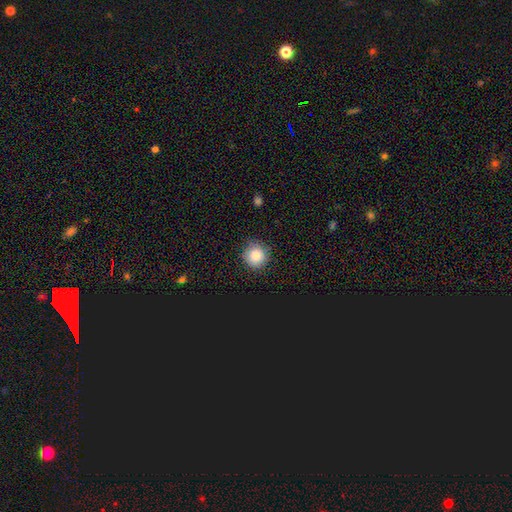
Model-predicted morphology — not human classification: Smooth or featured? smooth (83%)
How rounded? round (93%)
Merging? none (85%)